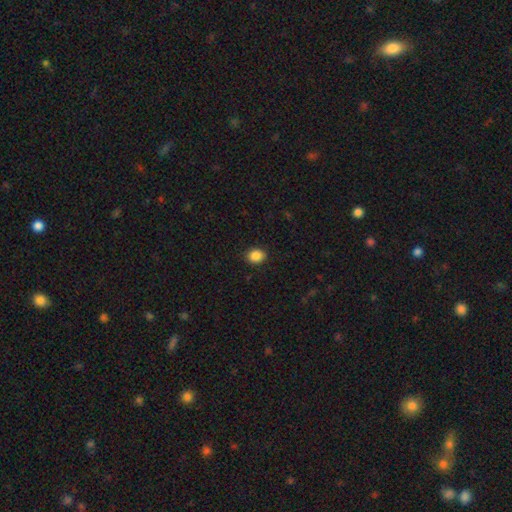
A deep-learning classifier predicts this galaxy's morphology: Q: Smooth or featured?
A: smooth (88%); runner-up: star or artifact (9%)
Q: How rounded?
A: round (55%); runner-up: in between (44%)
Q: Merging?
A: none (89%); runner-up: minor disturbance (8%)